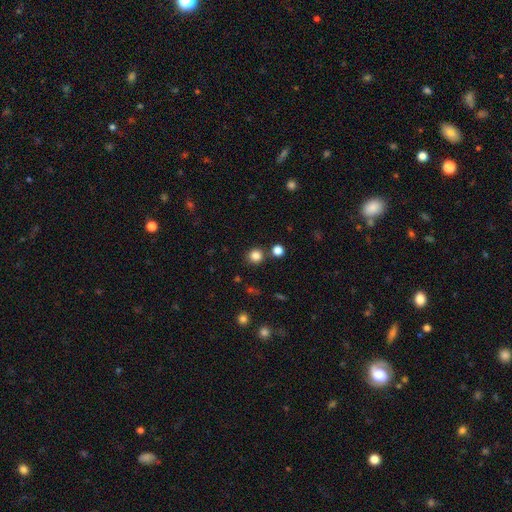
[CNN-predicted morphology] Q: Smooth or featured?
A: smooth (83%); runner-up: star or artifact (12%)
Q: How rounded?
A: round (92%); runner-up: in between (7%)
Q: Merging?
A: none (85%); runner-up: minor disturbance (7%)